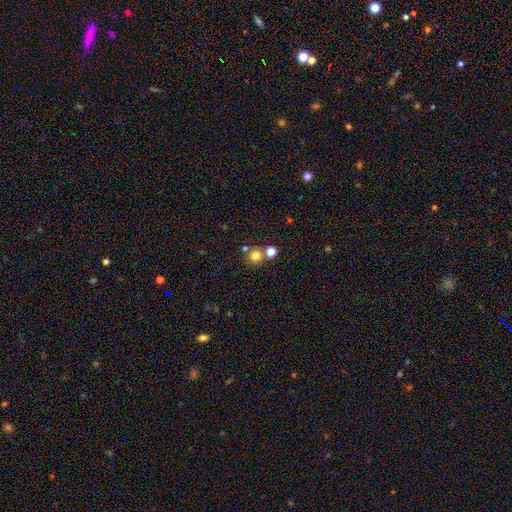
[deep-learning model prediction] Smooth or featured? smooth (77%)
How rounded? round (90%)
Merging? none (66%)